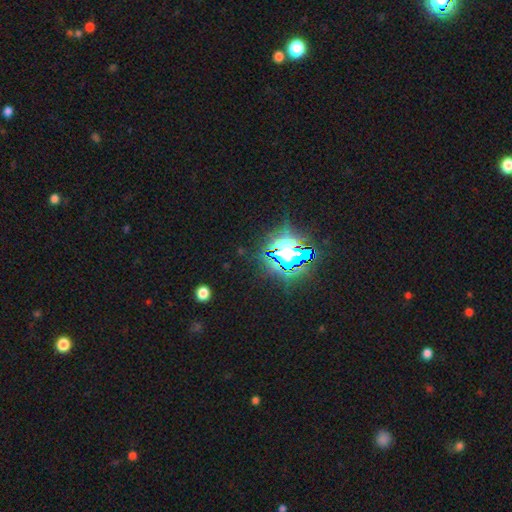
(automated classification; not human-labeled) Morphology: type=star or artifact (81%).